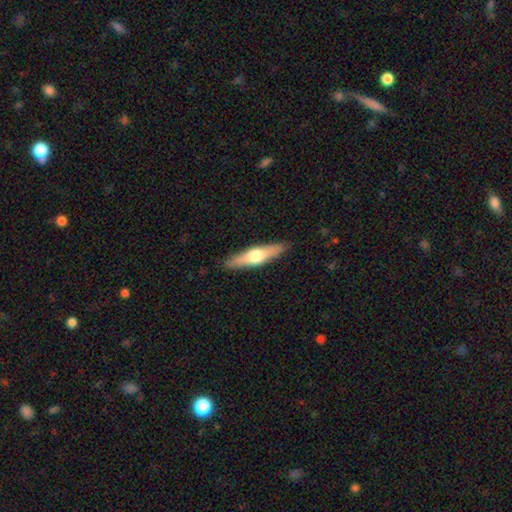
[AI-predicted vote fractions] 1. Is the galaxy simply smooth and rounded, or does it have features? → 48% featured or disk, 47% smooth, 5% star or artifact.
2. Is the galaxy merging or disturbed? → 89% none, 8% minor disturbance, 2% major disturbance, 1% merger.